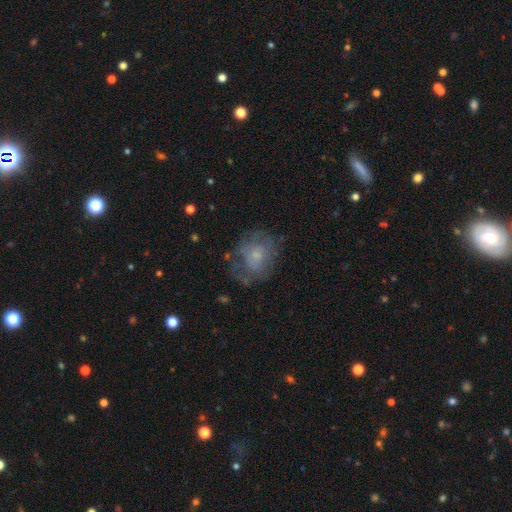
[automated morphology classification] A smooth galaxy with no disk features (52%) that is round (59%). Merging: none (51%).